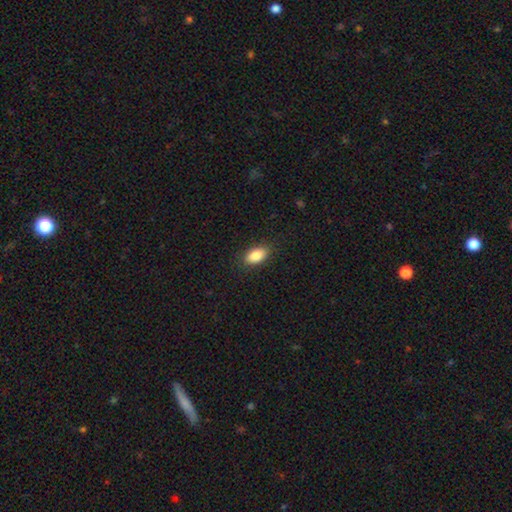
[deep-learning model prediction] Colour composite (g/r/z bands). It shows a smooth galaxy with no disk features (85%) that is in between round and cigar-shaped (91%). Merging: none (88%).